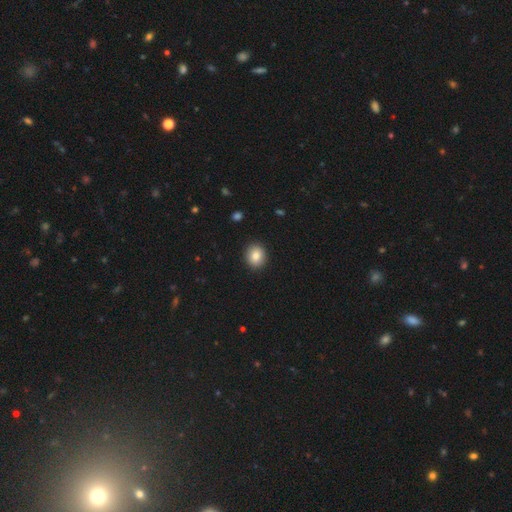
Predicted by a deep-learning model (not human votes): Q: Smooth or featured?
A: smooth (84%); runner-up: star or artifact (9%)
Q: How rounded?
A: round (74%); runner-up: in between (25%)
Q: Merging?
A: none (91%); runner-up: minor disturbance (7%)